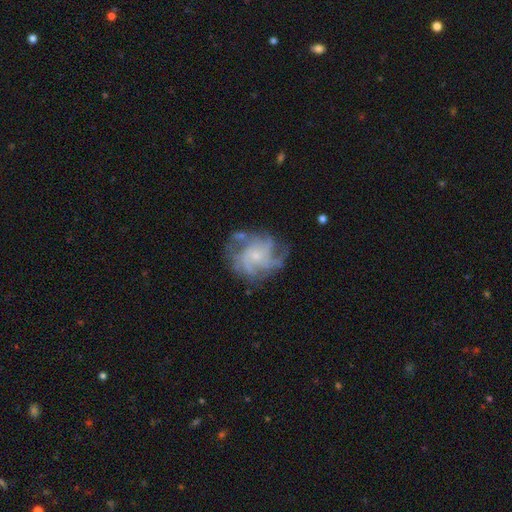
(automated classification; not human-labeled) smooth_or_featured: featured or disk (p=0.82) [alt: smooth p=0.10]
disk_edge_on: no (p=0.98) [alt: yes p=0.02]
bar: no (p=0.76) [alt: weak p=0.21]
has_spiral_arms: yes (p=0.93) [alt: no p=0.07]
spiral_winding: medium (p=0.46) [alt: tight p=0.37]
spiral_arm_count: 4 (p=0.36) [alt: can't tell p=0.21]
bulge_size: small (p=0.75) [alt: moderate p=0.18]
merging: none (p=0.66) [alt: minor disturbance p=0.19]